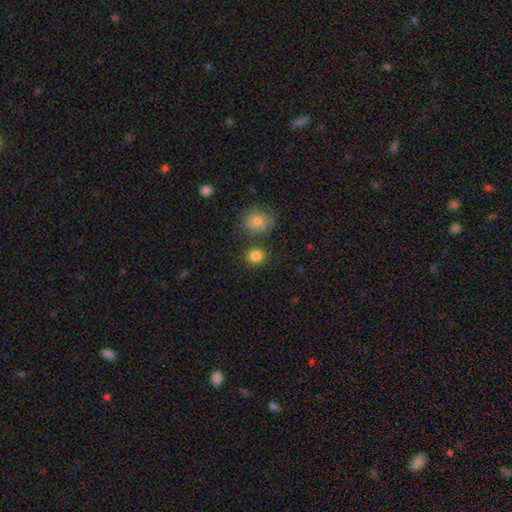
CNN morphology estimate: Smooth or featured?
  - smooth: 85% *
  - star or artifact: 10%
  - featured or disk: 5%
How rounded?
  - round: 85% *
  - in between: 14%
  - cigar-shaped: 1%
Merging?
  - none: 81% *
  - minor disturbance: 8%
  - merger: 8%
  - major disturbance: 3%